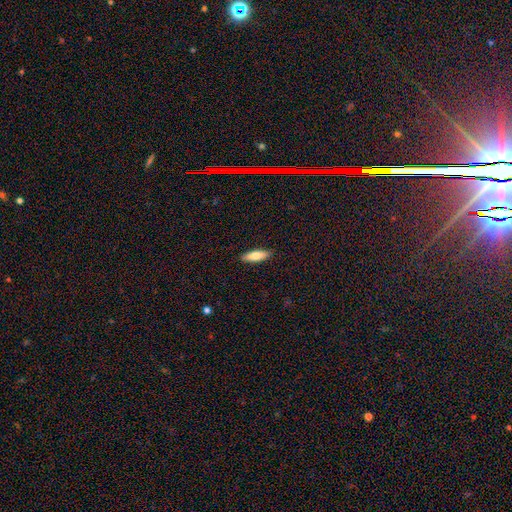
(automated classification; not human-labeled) smooth 78%, featured or disk 16%, star or artifact 6%. Down the decision tree: how rounded — in between (51%); merging — none (89%).